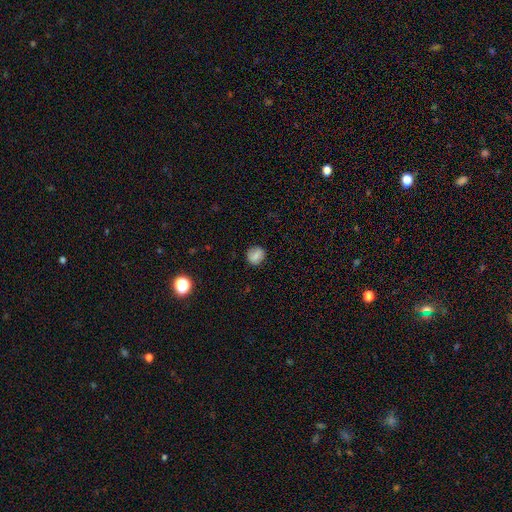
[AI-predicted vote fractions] smooth 77%, featured or disk 13%, star or artifact 10%. Down the decision tree: how rounded — round (85%); merging — none (83%).